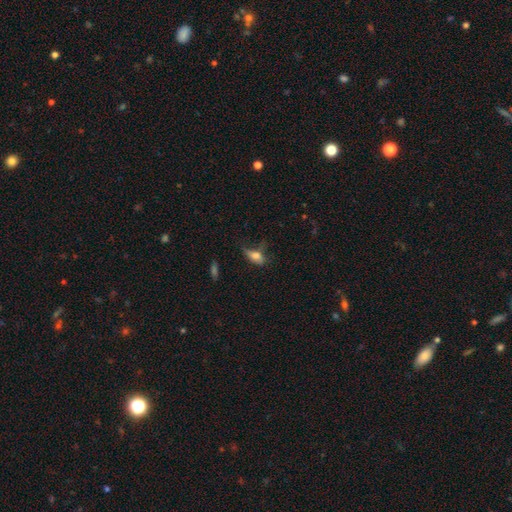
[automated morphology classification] Smooth or featured?
  - smooth: 71% *
  - featured or disk: 19%
  - star or artifact: 10%
How rounded?
  - in between: 79% *
  - cigar-shaped: 15%
  - round: 7%
Merging?
  - minor disturbance: 32% * (tied)
  - major disturbance: 32% * (tied)
  - none: 31%
  - merger: 4%